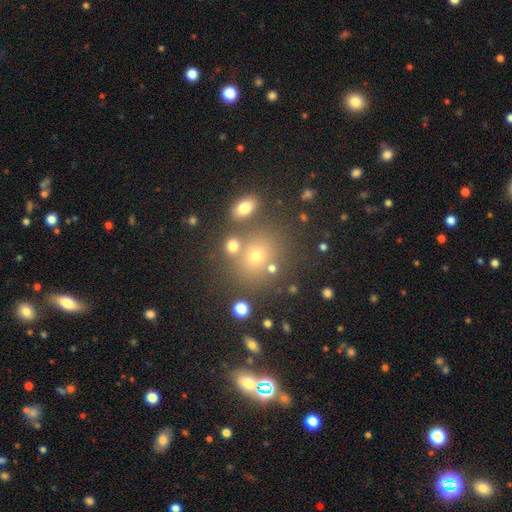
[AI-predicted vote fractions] smooth_or_featured: smooth (p=0.62) [alt: star or artifact p=0.24]
how_rounded: round (p=0.68) [alt: in between p=0.30]
merging: none (p=0.67) [alt: merger p=0.17]